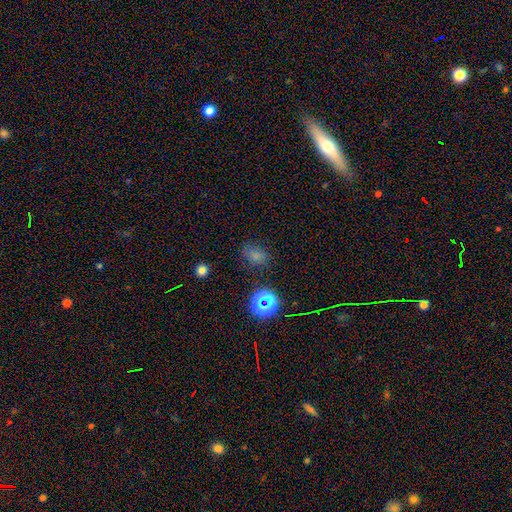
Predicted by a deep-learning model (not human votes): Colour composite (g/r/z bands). It shows a smooth galaxy with no disk features (67%) that is in between round and cigar-shaped (69%). Merging: none (74%).